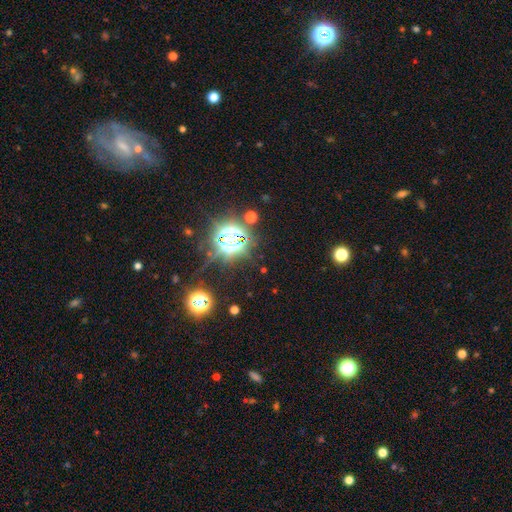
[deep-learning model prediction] Q: Smooth or featured?
A: star or artifact (75%); runner-up: smooth (15%)